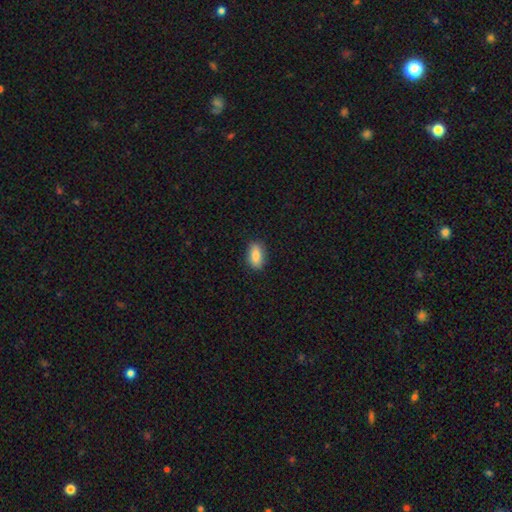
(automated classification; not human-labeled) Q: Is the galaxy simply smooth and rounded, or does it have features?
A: smooth — 86%.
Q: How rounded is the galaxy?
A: in between — 90%.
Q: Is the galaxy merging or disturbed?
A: none — 87%.